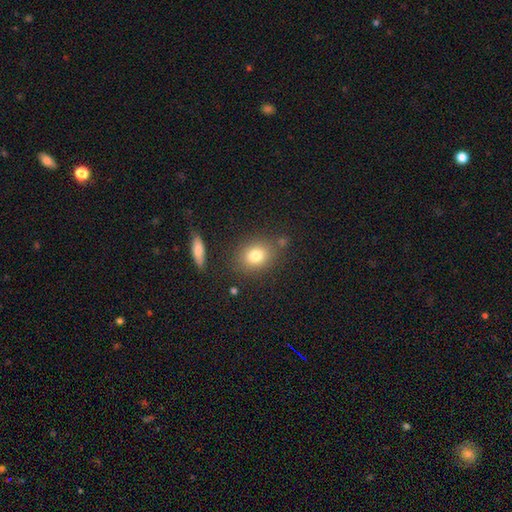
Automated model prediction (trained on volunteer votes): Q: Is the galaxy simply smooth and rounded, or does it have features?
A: smooth — 80%.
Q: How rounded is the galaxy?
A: round — 55%.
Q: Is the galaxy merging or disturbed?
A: none — 79%.